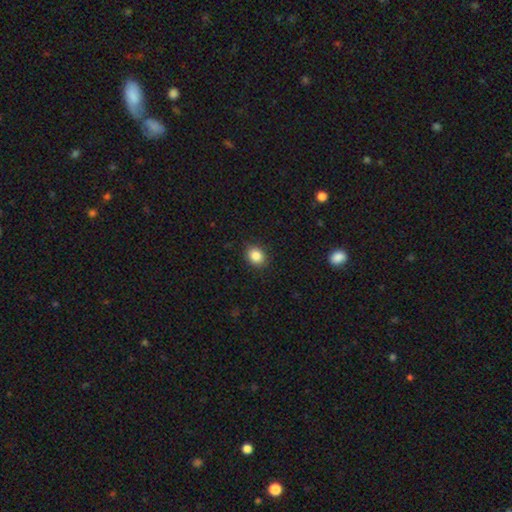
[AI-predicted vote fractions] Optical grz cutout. It shows a smooth galaxy with no disk features (85%) that is round (61%). Merging: none (89%).